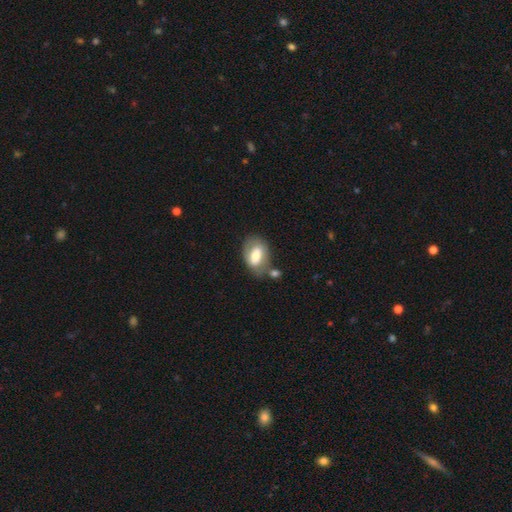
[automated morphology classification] Smooth or featured? smooth (58%)
How rounded? in between (86%)
Merging? none (53%)